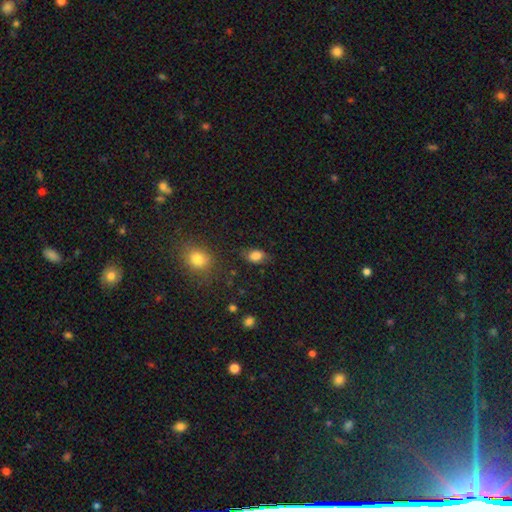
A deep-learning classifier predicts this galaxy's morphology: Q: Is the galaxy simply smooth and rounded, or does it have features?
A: smooth — 82%.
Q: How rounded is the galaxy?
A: in between — 78%.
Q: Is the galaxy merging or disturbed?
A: none — 69%.